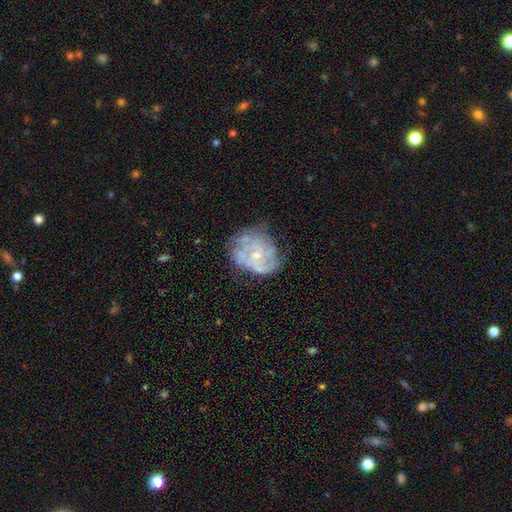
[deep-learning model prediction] smooth_or_featured: featured or disk (p=0.77) [alt: smooth p=0.15]
disk_edge_on: no (p=0.98) [alt: yes p=0.02]
bar: no (p=0.75) [alt: weak p=0.21]
has_spiral_arms: yes (p=0.85) [alt: no p=0.15]
spiral_winding: tight (p=0.53) [alt: medium p=0.35]
spiral_arm_count: can't tell (p=0.40) [alt: 3 p=0.21]
bulge_size: small (p=0.70) [alt: moderate p=0.25]
merging: none (p=0.61) [alt: minor disturbance p=0.24]